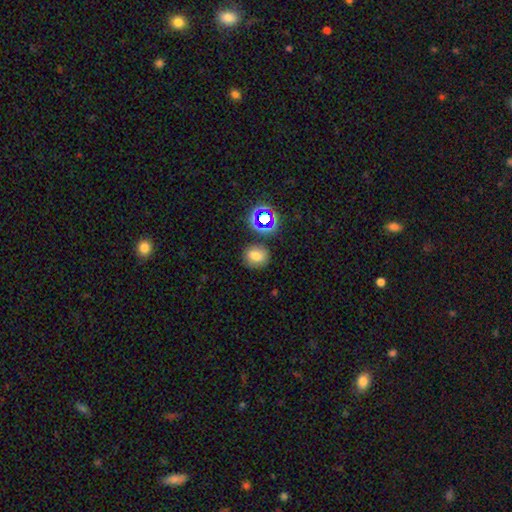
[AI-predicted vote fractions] Overall: smooth (69%). How rounded: round (62%; in between 37%). Merging: none (79%).